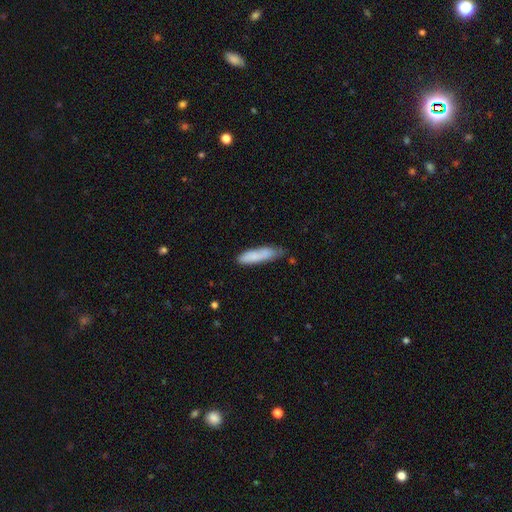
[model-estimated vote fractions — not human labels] Smooth or featured? Predicted: smooth (p=0.80). How rounded? Predicted: cigar-shaped (p=0.73). Merging? Predicted: none (p=0.58).